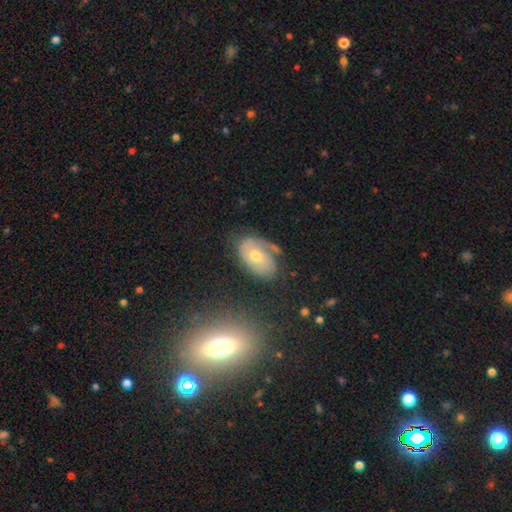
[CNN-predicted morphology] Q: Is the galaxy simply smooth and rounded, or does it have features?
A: featured or disk — 57%.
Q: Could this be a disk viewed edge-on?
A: no — 94%.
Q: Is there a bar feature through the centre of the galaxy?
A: no — 76%.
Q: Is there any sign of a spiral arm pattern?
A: yes — 74%.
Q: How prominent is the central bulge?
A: moderate — 59%.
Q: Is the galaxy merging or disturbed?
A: none — 54%.